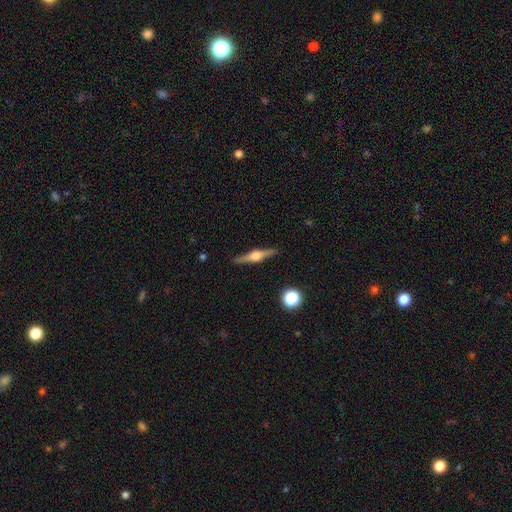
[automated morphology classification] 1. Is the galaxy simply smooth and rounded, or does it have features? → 77% featured or disk, 17% smooth, 6% star or artifact.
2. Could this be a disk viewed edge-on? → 98% yes, 2% no.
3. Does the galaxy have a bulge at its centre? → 91% rounded, 7% boxy, 2% none.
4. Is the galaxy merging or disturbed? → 90% none, 7% minor disturbance, 2% major disturbance, 1% merger.